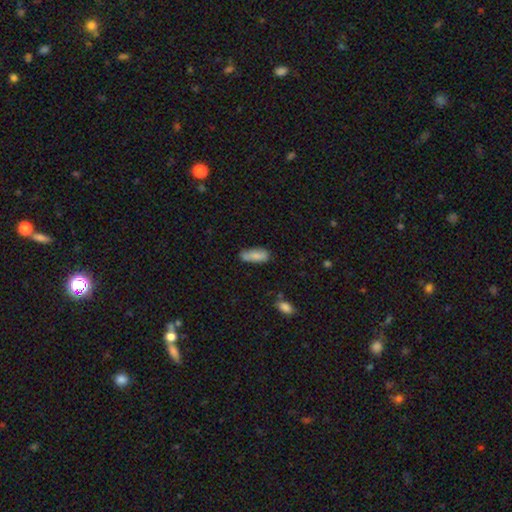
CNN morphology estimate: Q: Smooth or featured?
A: smooth (80%); runner-up: featured or disk (13%)
Q: How rounded?
A: in between (71%); runner-up: cigar-shaped (27%)
Q: Merging?
A: none (61%); runner-up: minor disturbance (26%)